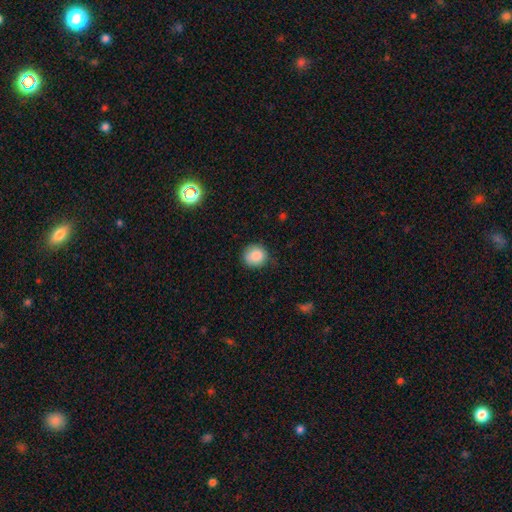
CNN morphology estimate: Smooth or featured: smooth — 87% (star or artifact — 9%)
How rounded: round — 89% (in between — 10%)
Merging: none — 76% (minor disturbance — 19%)